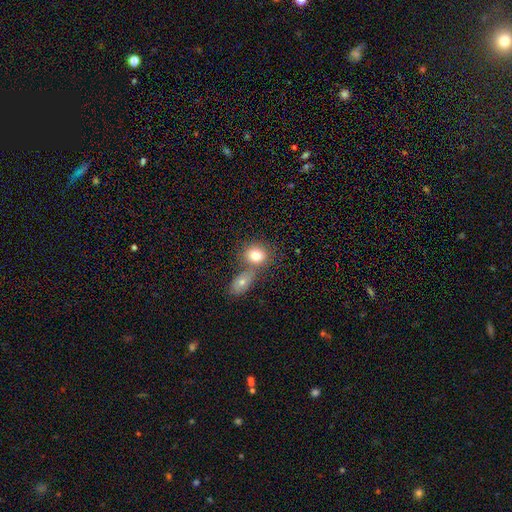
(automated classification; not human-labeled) smooth-or-featured: smooth: 79% | featured or disk: 12% | star or artifact: 9%
  how-rounded: round: 54% | in between: 45% | cigar-shaped: 1%
  merging: none: 44% | merger: 43% | minor disturbance: 9% | major disturbance: 4%